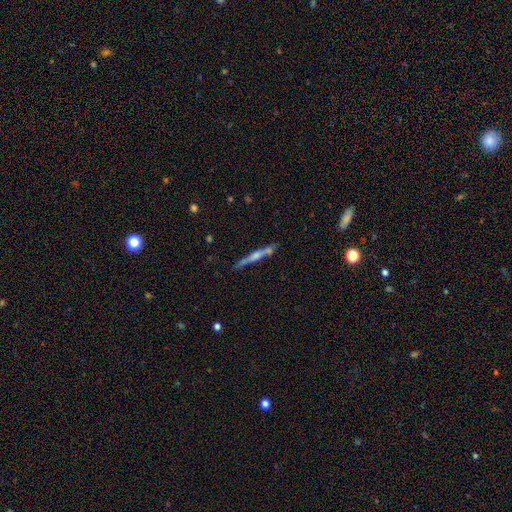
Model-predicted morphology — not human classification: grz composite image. It shows a featured or disk galaxy (66%) viewed edge-on (95%) with a rounded central bulge (64%). Merging: none (76%).